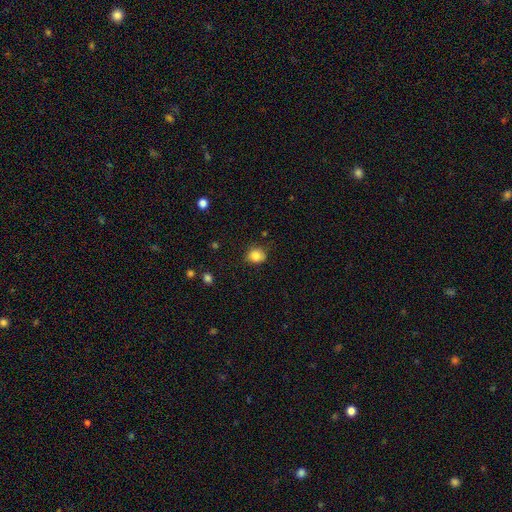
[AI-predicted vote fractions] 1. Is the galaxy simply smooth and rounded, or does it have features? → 84% smooth, 10% star or artifact, 5% featured or disk.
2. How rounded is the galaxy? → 73% round, 26% in between, 1% cigar-shaped.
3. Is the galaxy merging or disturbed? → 77% none, 18% minor disturbance, 4% major disturbance, 2% merger.